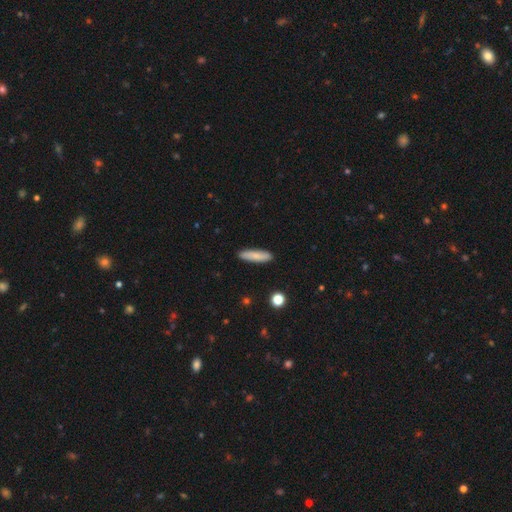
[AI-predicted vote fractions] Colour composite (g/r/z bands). It shows a smooth galaxy with no disk features (82%) that is cigar-shaped (72%). Merging: none (89%).